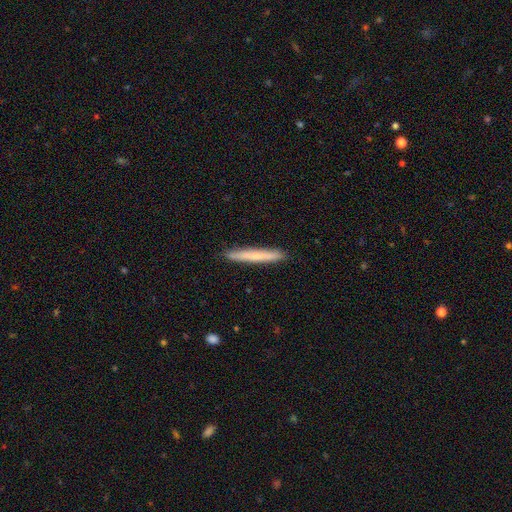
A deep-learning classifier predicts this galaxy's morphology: Smooth or featured?
  - smooth: 65% *
  - featured or disk: 30%
  - star or artifact: 5%
How rounded?
  - cigar-shaped: 96% *
  - in between: 2%
  - round: 1%
Merging?
  - none: 91% *
  - minor disturbance: 6%
  - major disturbance: 1%
  - merger: 1%